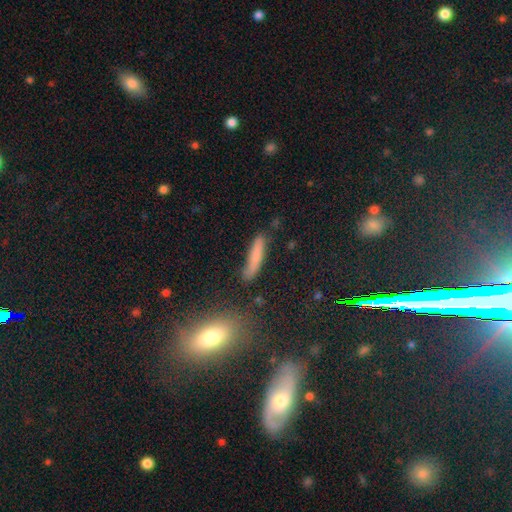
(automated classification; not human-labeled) A smooth galaxy with no disk features (74%) that is cigar-shaped (89%).

Vote fractions:
- Smooth or featured? smooth: 74% / featured or disk: 17% / star or artifact: 9%
- How rounded? cigar-shaped: 89% / in between: 9% / round: 2%
- Merging? none: 71% / minor disturbance: 19% / major disturbance: 5% / merger: 5%